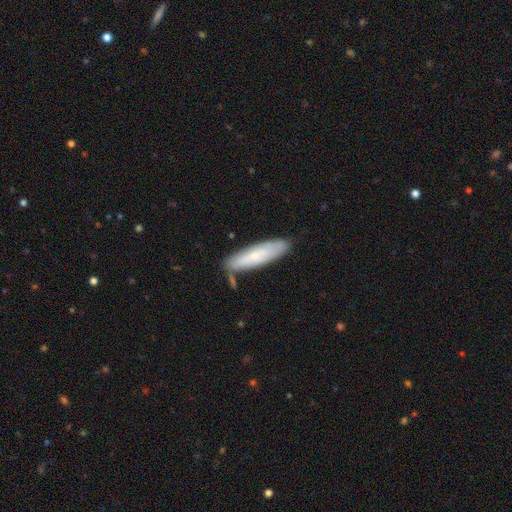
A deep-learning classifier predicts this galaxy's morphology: Overall: smooth (65%; featured or disk 29%). How rounded: cigar-shaped (69%; in between 30%). Merging: none (75%).